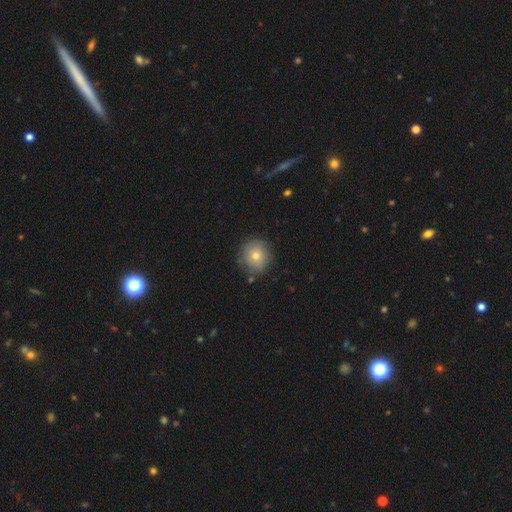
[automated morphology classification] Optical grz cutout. It shows a smooth galaxy with no disk features (75%) that is round (91%). Merging: none (83%).